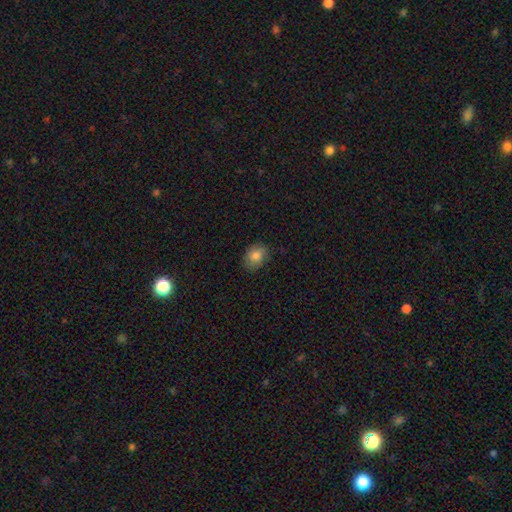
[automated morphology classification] Smooth or featured? Predicted: smooth (p=0.80). How rounded? Predicted: in between (p=0.58). Merging? Predicted: none (p=0.78).